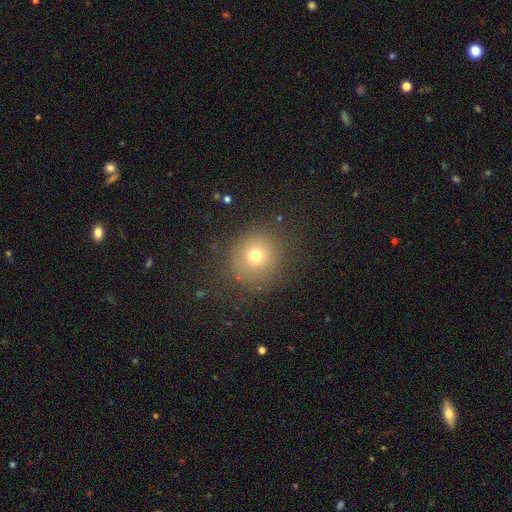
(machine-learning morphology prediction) smooth 71%, star or artifact 17%, featured or disk 12%. Down the decision tree: how rounded — round (87%); merging — none (82%).